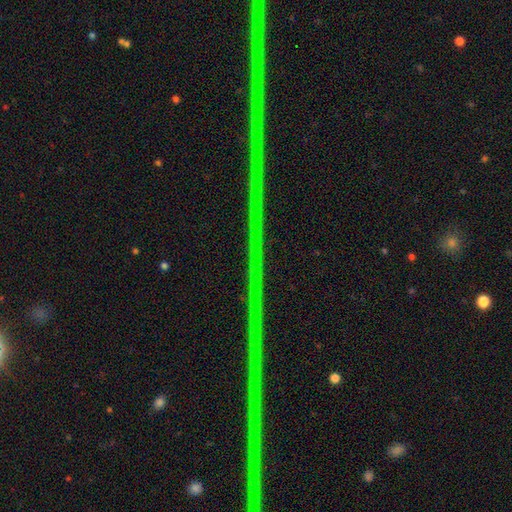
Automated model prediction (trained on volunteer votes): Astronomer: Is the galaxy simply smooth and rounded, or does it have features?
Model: star or artifact — 88%.